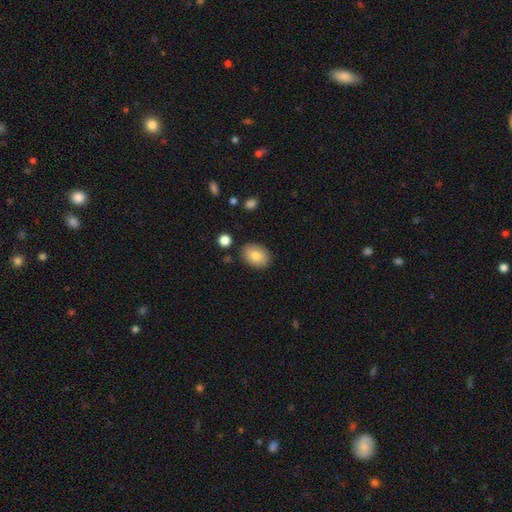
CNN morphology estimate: Overall: smooth (81%). How rounded: in between (75%). Merging: none (84%).